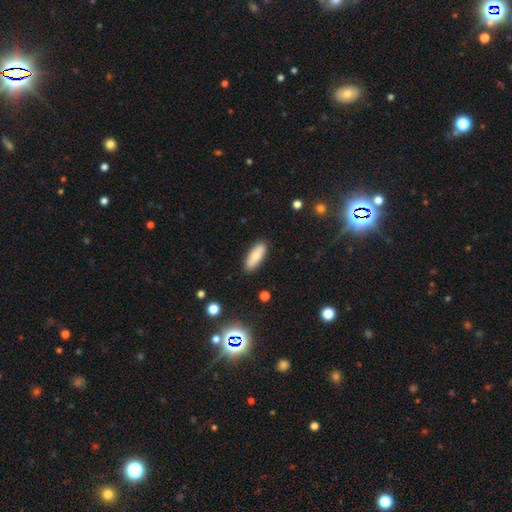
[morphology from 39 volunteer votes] Smooth or featured? 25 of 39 (64%) said smooth. How rounded? 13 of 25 (52%) said in between. Merging? 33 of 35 (94%) said none.